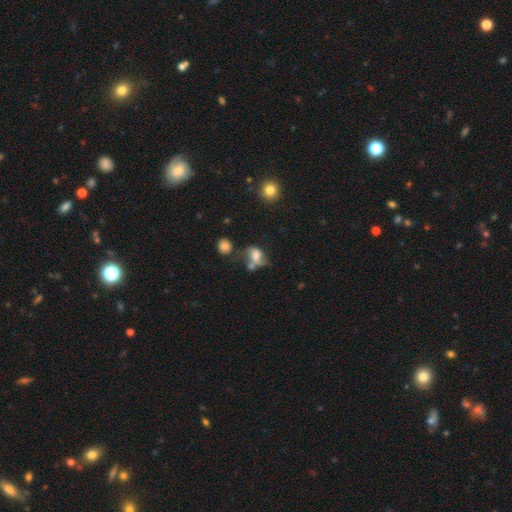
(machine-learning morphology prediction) A smooth galaxy with no disk features (46%). Merging: none (29%).